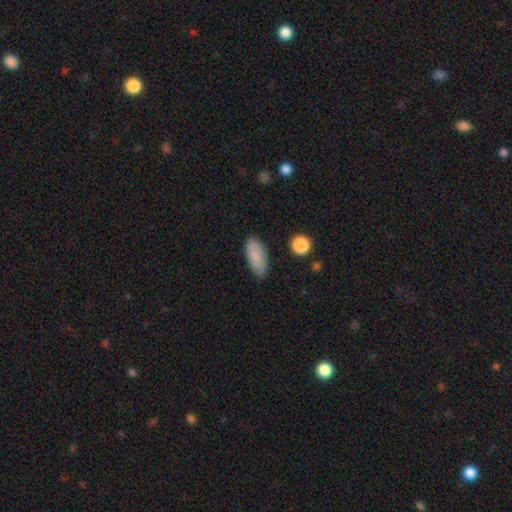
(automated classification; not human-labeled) Smooth or featured?
  - smooth: 85% *
  - featured or disk: 8%
  - star or artifact: 7%
How rounded?
  - in between: 85% *
  - cigar-shaped: 13%
  - round: 2%
Merging?
  - none: 78% *
  - minor disturbance: 18%
  - major disturbance: 3%
  - merger: 2%